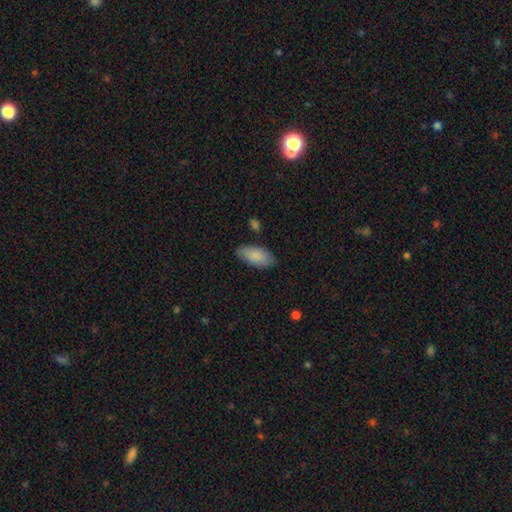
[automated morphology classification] smooth_or_featured: smooth (p=0.86) [alt: featured or disk p=0.08]
how_rounded: in between (p=0.92) [alt: cigar-shaped p=0.06]
merging: none (p=0.81) [alt: minor disturbance p=0.14]